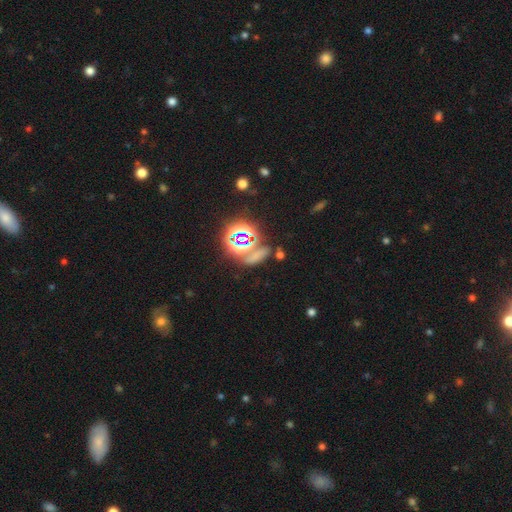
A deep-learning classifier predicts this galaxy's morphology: star or artifact 53%, smooth 36%, featured or disk 11%.